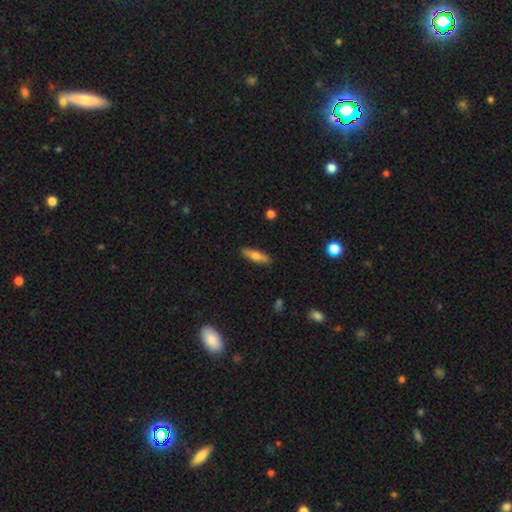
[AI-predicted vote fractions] A smooth galaxy with no disk features (65%) that is cigar-shaped (66%). Merging: none (89%).